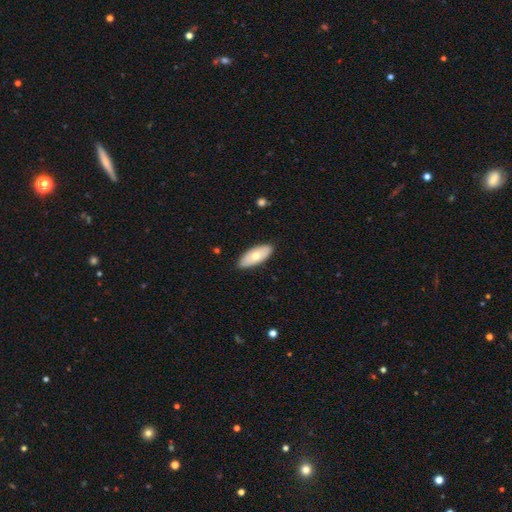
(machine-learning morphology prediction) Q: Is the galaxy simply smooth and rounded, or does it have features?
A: smooth — 62%.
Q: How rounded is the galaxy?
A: in between — 87%.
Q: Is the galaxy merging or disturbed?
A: none — 87%.